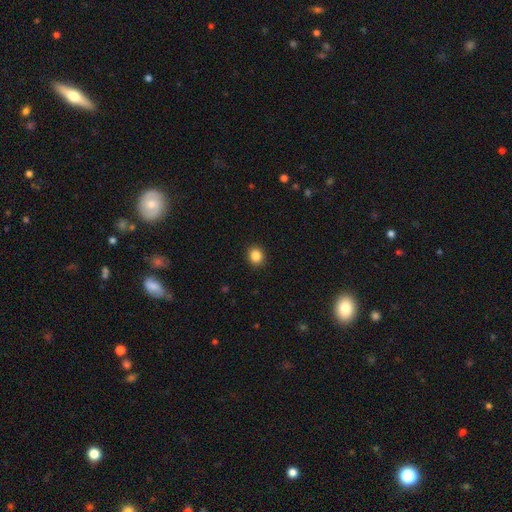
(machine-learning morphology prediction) smooth 86%, star or artifact 10%, featured or disk 4%. Down the decision tree: how rounded — round (78%); merging — none (92%).